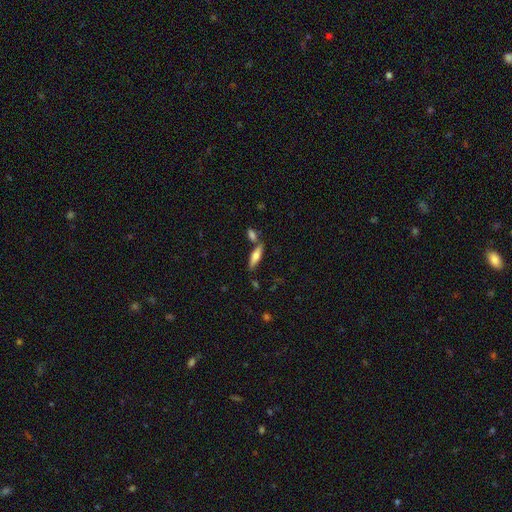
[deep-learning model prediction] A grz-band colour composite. It shows a smooth galaxy with no disk features (62%) that is cigar-shaped (58%). Merging: none (69%).